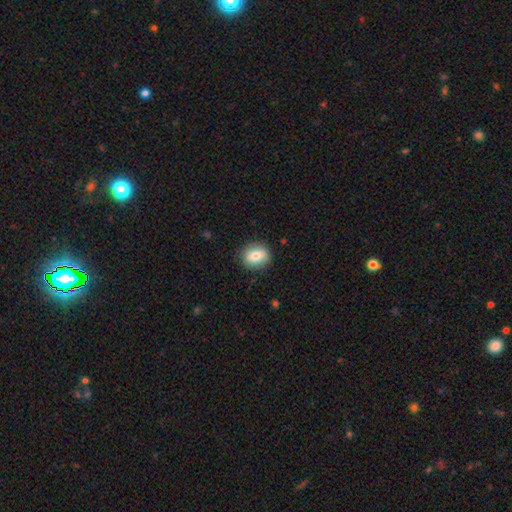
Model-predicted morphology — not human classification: Smooth or featured?
  - smooth: 76% *
  - featured or disk: 15%
  - star or artifact: 9%
How rounded?
  - round: 67% *
  - in between: 31%
  - cigar-shaped: 1%
Merging?
  - none: 86% *
  - minor disturbance: 11%
  - major disturbance: 3%
  - merger: 1%